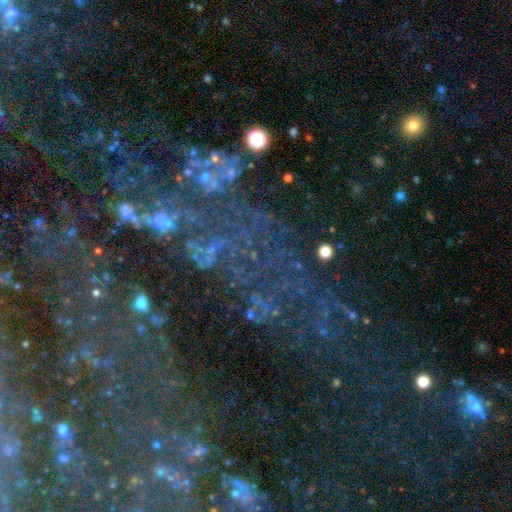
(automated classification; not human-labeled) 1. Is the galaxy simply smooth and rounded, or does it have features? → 62% star or artifact, 25% featured or disk, 14% smooth.